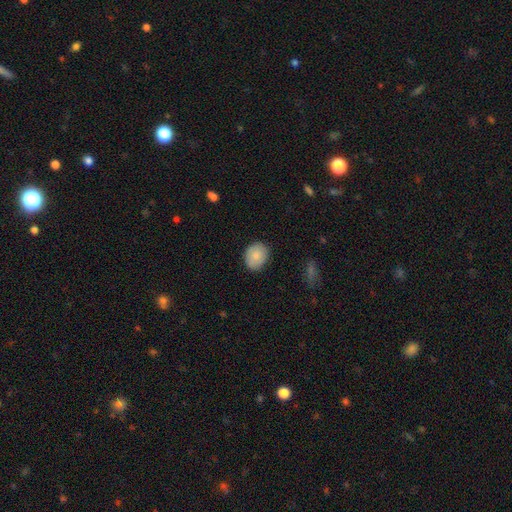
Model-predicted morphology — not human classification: Q: Smooth or featured?
A: smooth (83%); runner-up: featured or disk (10%)
Q: How rounded?
A: round (52%); runner-up: in between (47%)
Q: Merging?
A: none (84%); runner-up: minor disturbance (13%)